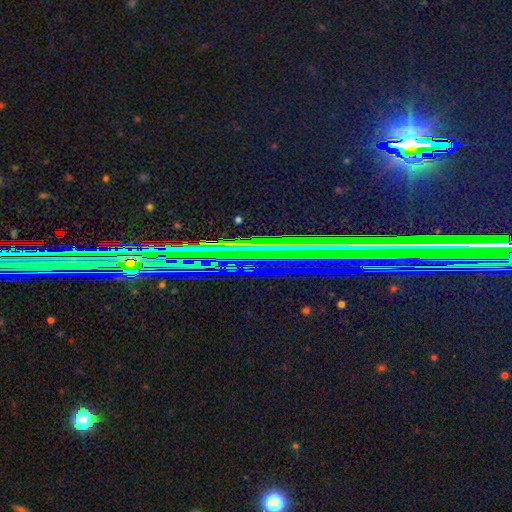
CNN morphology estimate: This is likely a star or artifact rather than a galaxy (80%).